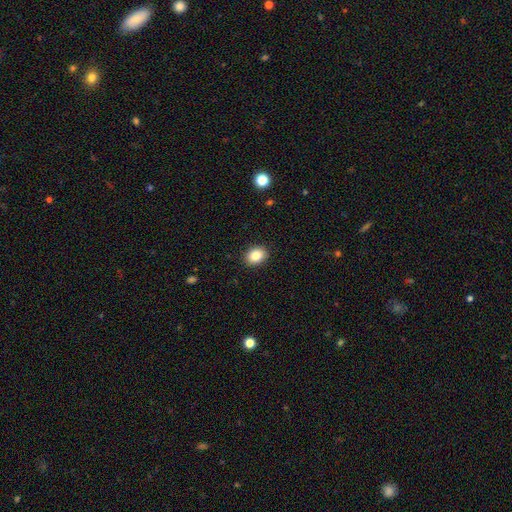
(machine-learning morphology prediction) Smooth or featured?
  - smooth: 85% *
  - star or artifact: 9%
  - featured or disk: 6%
How rounded?
  - in between: 62% *
  - round: 37%
  - cigar-shaped: 1%
Merging?
  - none: 90% *
  - minor disturbance: 7%
  - major disturbance: 2%
  - merger: 1%